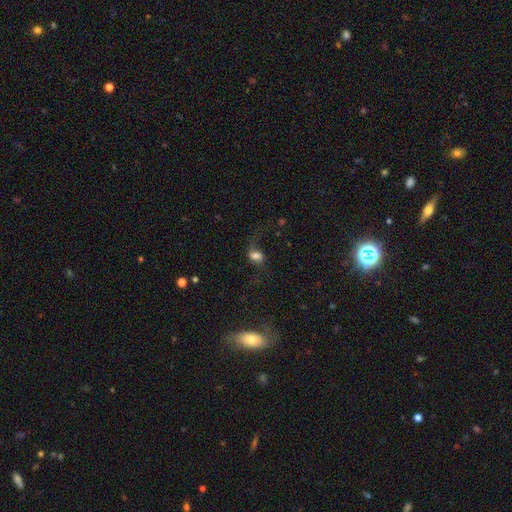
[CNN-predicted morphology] A smooth galaxy with no disk features (52%) that is in between round and cigar-shaped (69%). Merging: none (43%).